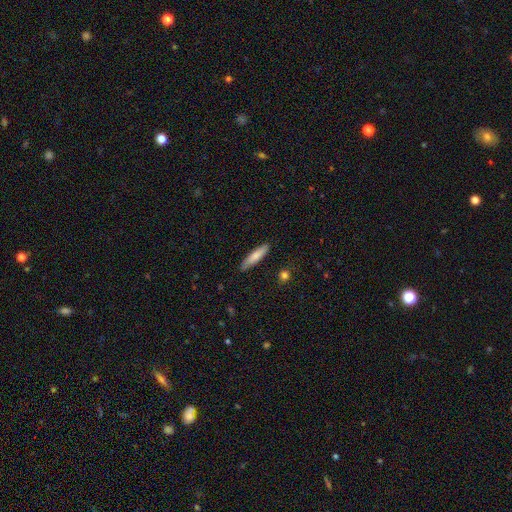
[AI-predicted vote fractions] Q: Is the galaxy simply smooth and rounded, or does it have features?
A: smooth — 77%.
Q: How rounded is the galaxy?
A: cigar-shaped — 82%.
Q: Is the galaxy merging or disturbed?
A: none — 85%.